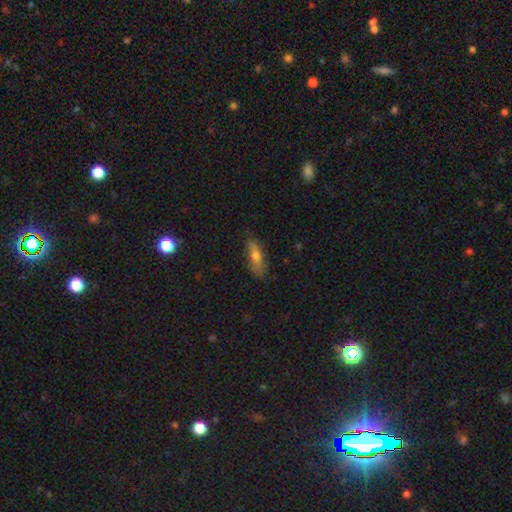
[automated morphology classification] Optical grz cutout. It shows a smooth galaxy with no disk features (58%) that is cigar-shaped (57%). Merging: none (78%).